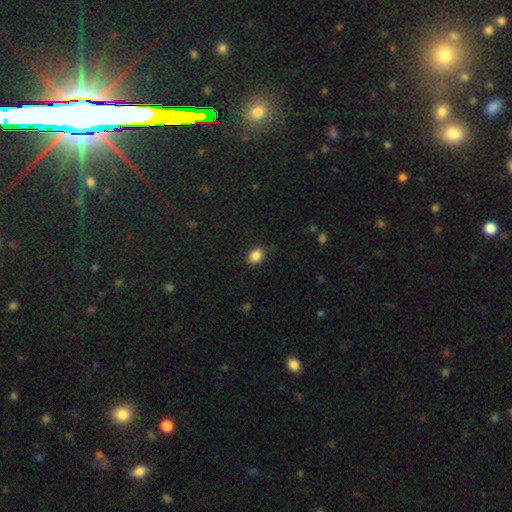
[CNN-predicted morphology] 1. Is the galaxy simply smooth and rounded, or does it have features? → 87% smooth, 9% star or artifact, 4% featured or disk.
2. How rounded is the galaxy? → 64% in between, 35% round, 1% cigar-shaped.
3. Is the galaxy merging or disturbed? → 87% none, 10% minor disturbance, 2% major disturbance, 1% merger.